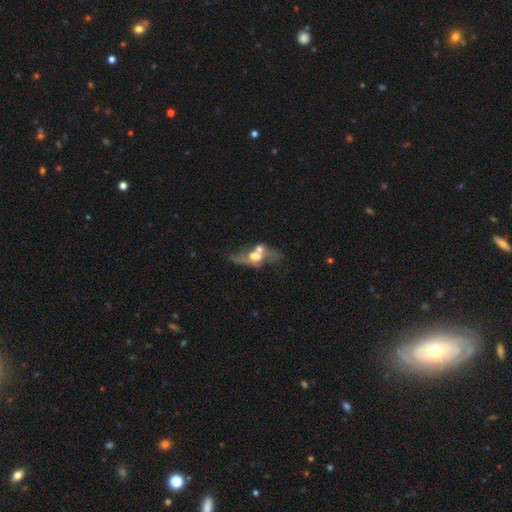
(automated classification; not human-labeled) This appears to be a featured or disk galaxy (59%). Merging: merger (44%).